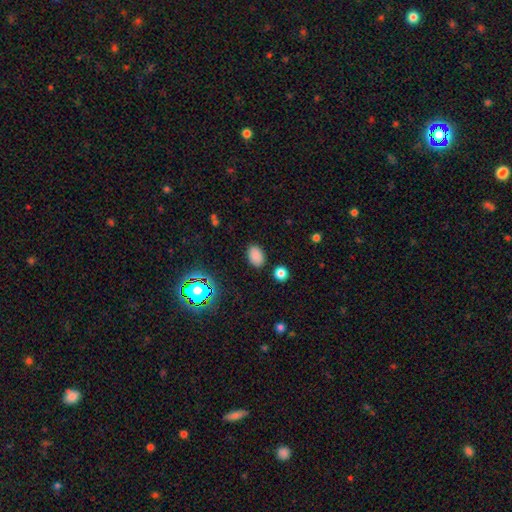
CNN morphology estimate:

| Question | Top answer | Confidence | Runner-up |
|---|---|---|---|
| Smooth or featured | smooth | 81% | star or artifact (15%) |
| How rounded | in between | 87% | round (11%) |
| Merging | none | 85% | minor disturbance (9%) |